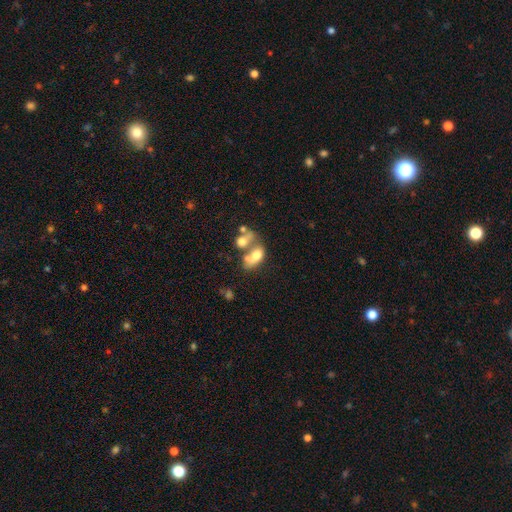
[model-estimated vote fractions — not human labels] A smooth galaxy with no disk features (64%) that is in between round and cigar-shaped (83%).

Vote fractions:
- Smooth or featured? smooth: 64% / featured or disk: 26% / star or artifact: 10%
- How rounded? in between: 83% / round: 13% / cigar-shaped: 4%
- Merging? merger: 60% / none: 19% / major disturbance: 12% / minor disturbance: 10%